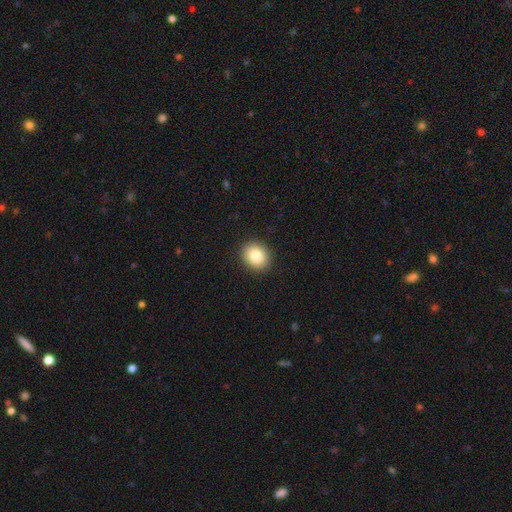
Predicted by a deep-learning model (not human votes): smooth_or_featured: smooth (p=0.83) [alt: star or artifact p=0.09]
how_rounded: round (p=0.65) [alt: in between p=0.34]
merging: none (p=0.91) [alt: minor disturbance p=0.06]